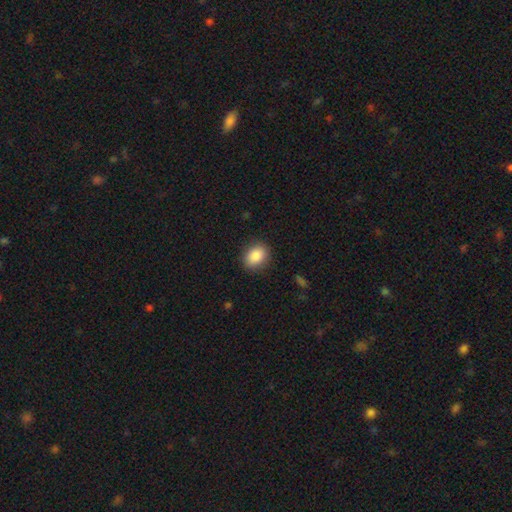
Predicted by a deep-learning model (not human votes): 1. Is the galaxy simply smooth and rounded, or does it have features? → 87% smooth, 8% star or artifact, 5% featured or disk.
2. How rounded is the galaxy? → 56% in between, 43% round, 1% cigar-shaped.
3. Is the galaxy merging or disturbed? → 86% none, 11% minor disturbance, 3% major disturbance, 1% merger.